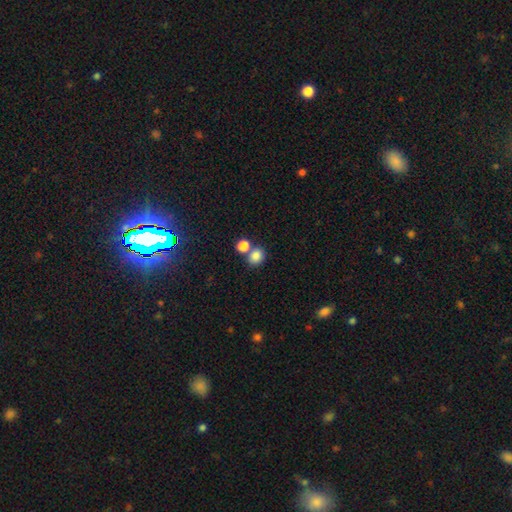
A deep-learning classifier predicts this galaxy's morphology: This is clearly a smooth galaxy (83%). How rounded: likely round (69%). Merging: possibly none (54%).